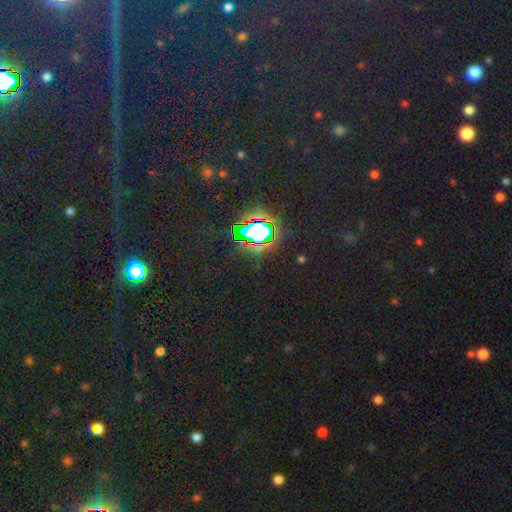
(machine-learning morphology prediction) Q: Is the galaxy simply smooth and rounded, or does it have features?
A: star or artifact — 81%.